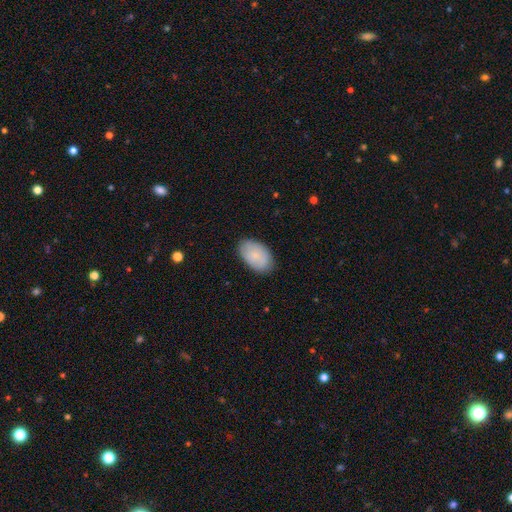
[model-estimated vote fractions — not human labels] Smooth or featured: smooth — 76% (featured or disk — 18%)
How rounded: in between — 92% (round — 7%)
Merging: none — 82% (minor disturbance — 14%)